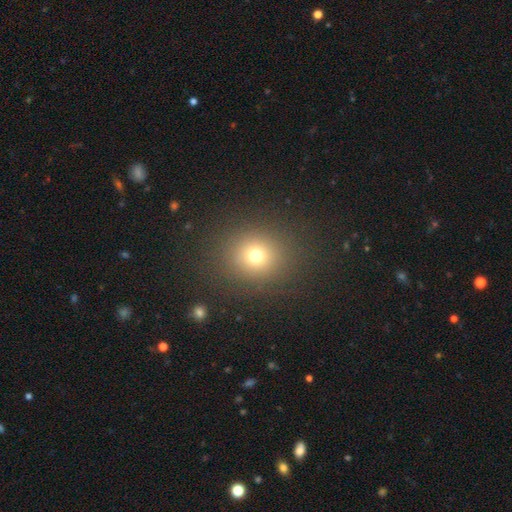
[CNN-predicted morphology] smooth 71%, star or artifact 19%, featured or disk 10%. Down the decision tree: how rounded — round (84%); merging — none (87%).